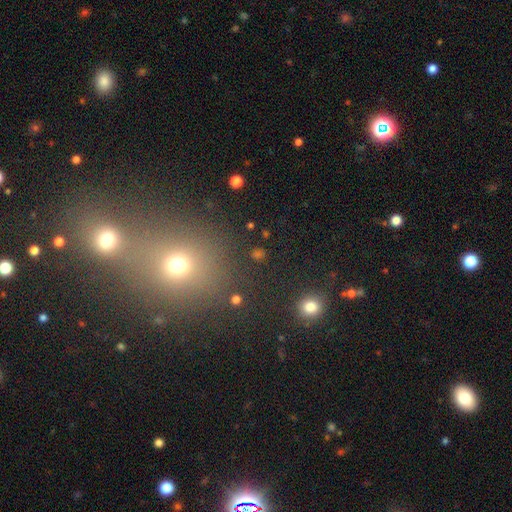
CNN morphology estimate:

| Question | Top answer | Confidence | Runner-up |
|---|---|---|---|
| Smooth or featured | smooth | 52% | star or artifact (38%) |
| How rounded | round | 80% | in between (18%) |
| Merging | none | 70% | merger (18%) |